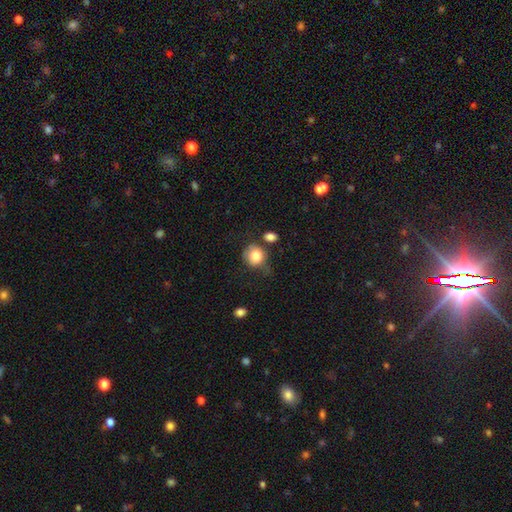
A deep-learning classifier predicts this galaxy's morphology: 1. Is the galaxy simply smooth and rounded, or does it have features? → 82% smooth, 9% featured or disk, 8% star or artifact.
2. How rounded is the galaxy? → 78% round, 21% in between, 1% cigar-shaped.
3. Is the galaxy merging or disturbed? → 51% none, 28% minor disturbance, 12% major disturbance, 9% merger.